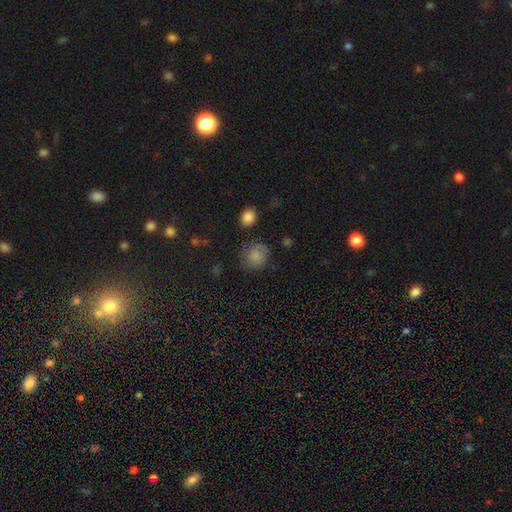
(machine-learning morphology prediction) The model was most divided on "merging": none: 72%, minor disturbance: 19%, major disturbance: 6%, merger: 3%. More confident: smooth or featured — smooth (82%); how rounded — round (80%).